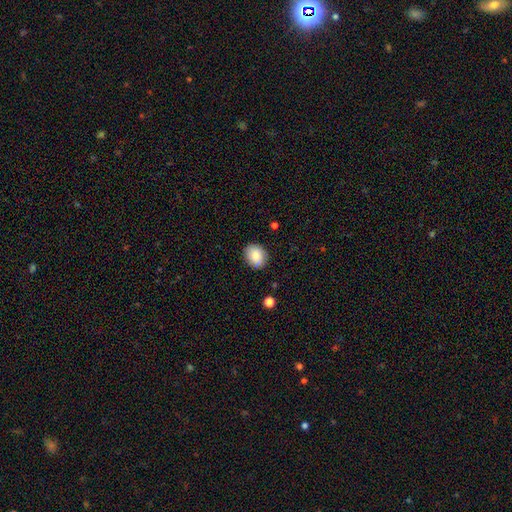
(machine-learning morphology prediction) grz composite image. It shows a smooth galaxy with no disk features (83%) that is round (51%). Merging: none (85%).